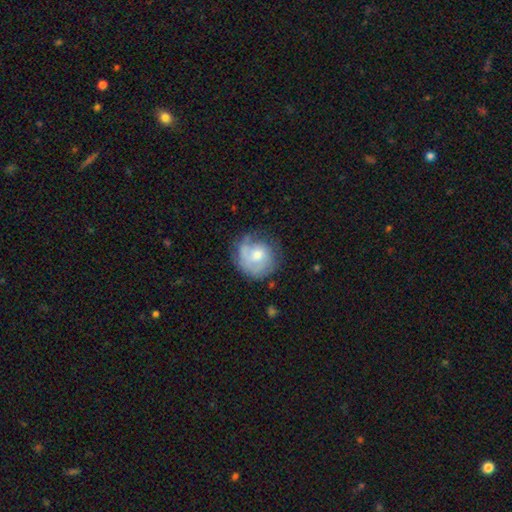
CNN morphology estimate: type=featured or disk (48%); merging=none (59%).